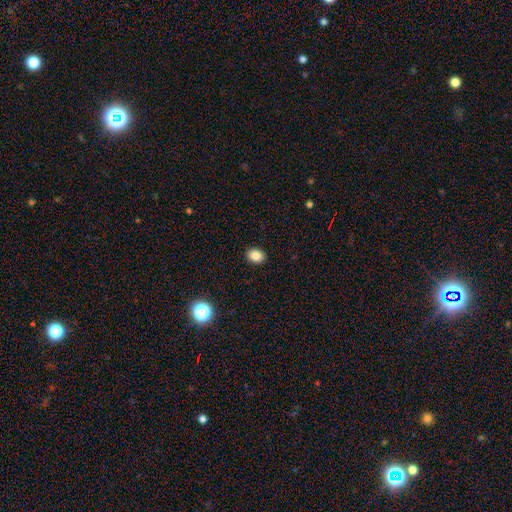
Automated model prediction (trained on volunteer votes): This is clearly a smooth galaxy (84%). How rounded: likely in between (62%). Merging: clearly none (91%).